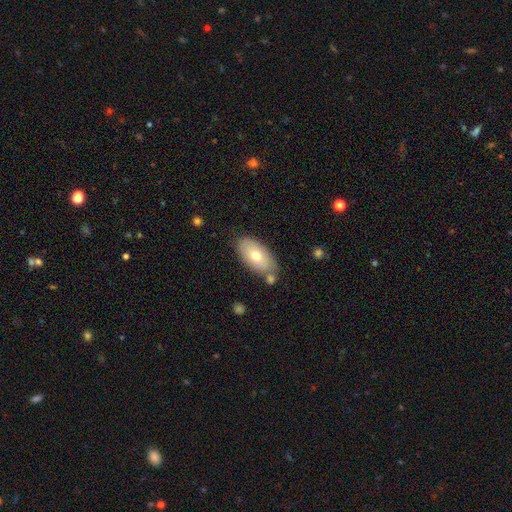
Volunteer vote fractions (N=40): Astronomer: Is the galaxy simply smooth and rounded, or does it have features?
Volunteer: smooth — 72%.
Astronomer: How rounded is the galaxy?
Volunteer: in between — 93%.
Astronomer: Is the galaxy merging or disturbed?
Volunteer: none — 74%.